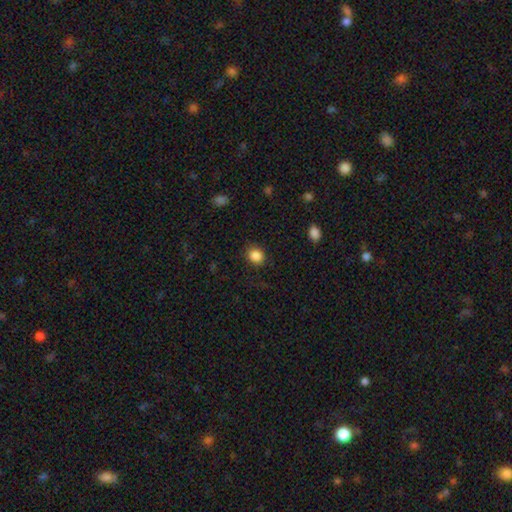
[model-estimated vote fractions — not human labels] This appears to be a smooth galaxy with no disk features (86%) that is round (73%). Merging: none (85%).